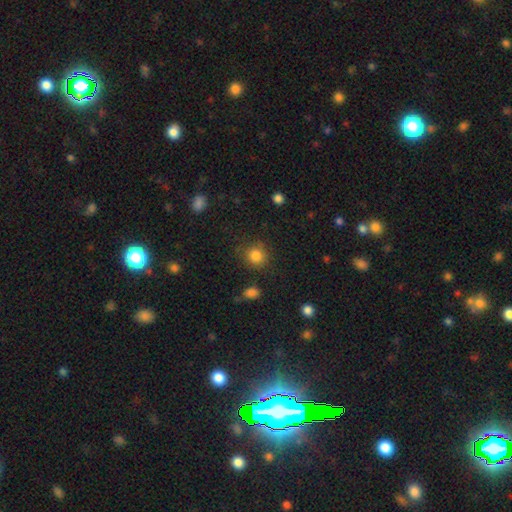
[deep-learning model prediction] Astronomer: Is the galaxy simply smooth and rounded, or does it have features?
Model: smooth — 84%.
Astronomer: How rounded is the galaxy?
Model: round — 87%.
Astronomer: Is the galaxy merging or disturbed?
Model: none — 83%.